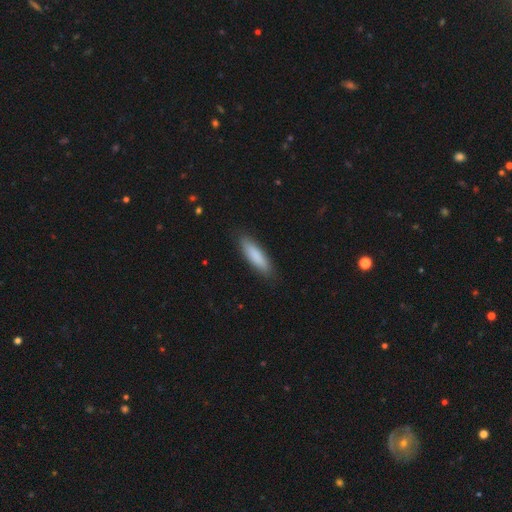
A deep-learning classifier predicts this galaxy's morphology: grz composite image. It shows a smooth galaxy with no disk features (86%) that is cigar-shaped (63%). Merging: none (87%).